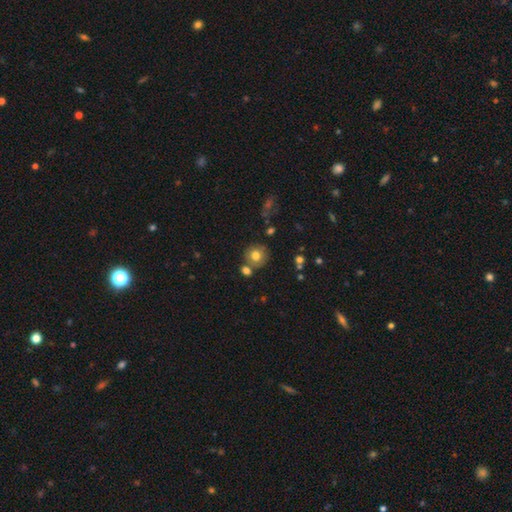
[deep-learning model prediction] smooth_or_featured: smooth (p=0.76) [alt: featured or disk p=0.14]
how_rounded: round (p=0.89) [alt: in between p=0.10]
merging: none (p=0.70) [alt: merger p=0.16]